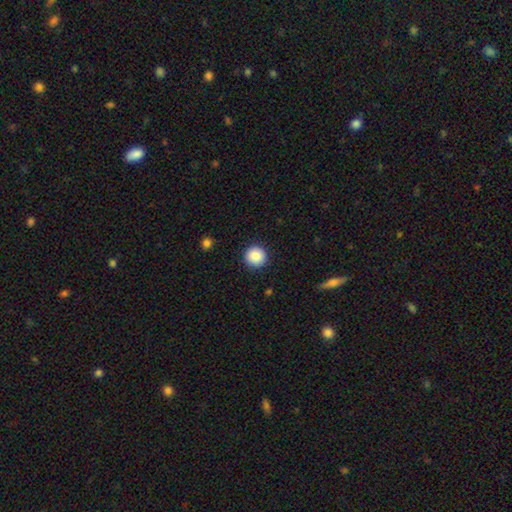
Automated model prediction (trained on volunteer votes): This is clearly a smooth galaxy (87%). How rounded: clearly round (94%). Merging: clearly none (91%).